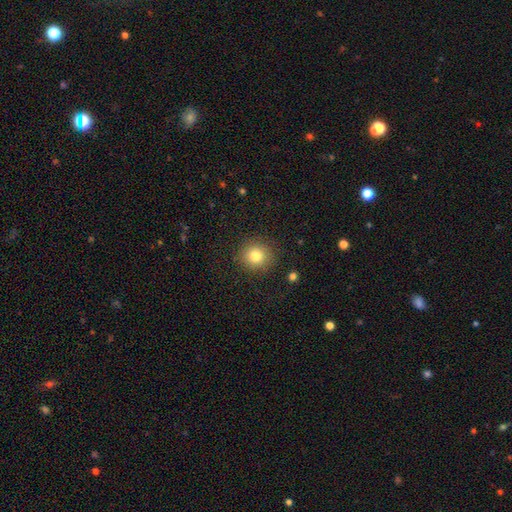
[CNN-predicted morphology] A smooth galaxy with no disk features (81%) that is round (89%). Merging: none (89%).